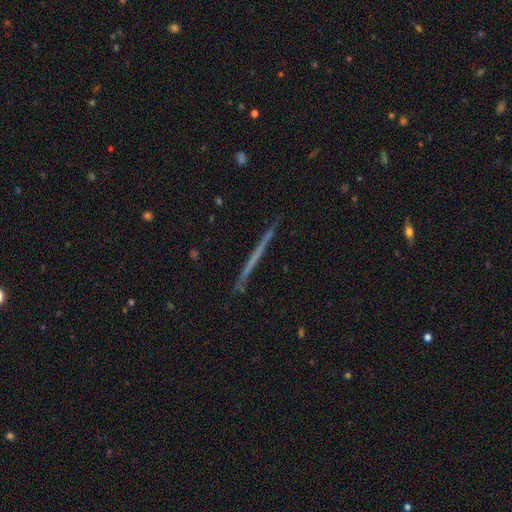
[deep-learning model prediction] This is possibly a featured or disk galaxy (56%). It is clearly viewed edge-on (97%). Edge-on bulge: clearly none (91%). Merging: clearly none (90%).